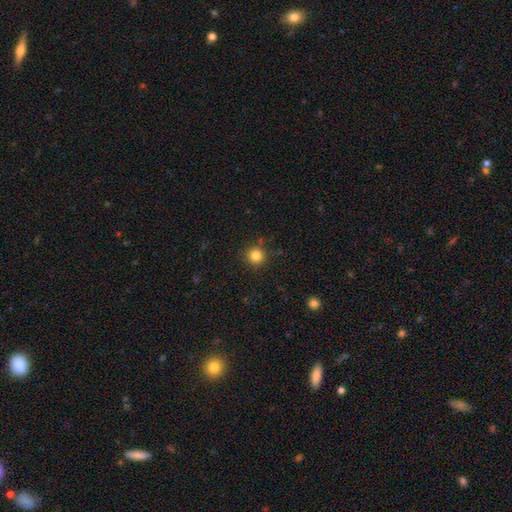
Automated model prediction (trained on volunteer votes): This appears to be a smooth galaxy with no disk features (83%) that is round (95%). Merging: none (89%).